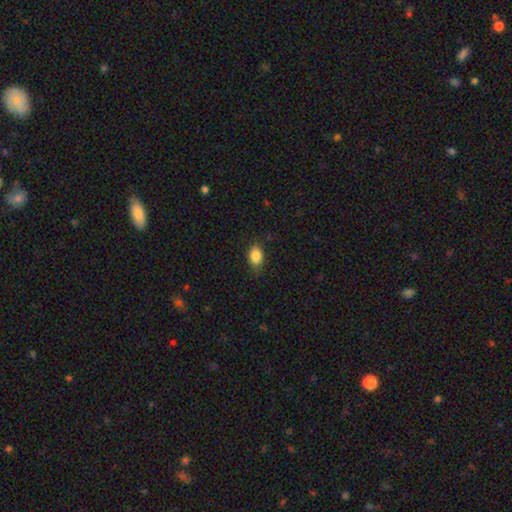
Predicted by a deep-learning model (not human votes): This is clearly a smooth galaxy (86%). How rounded: likely in between (78%). Merging: clearly none (82%).